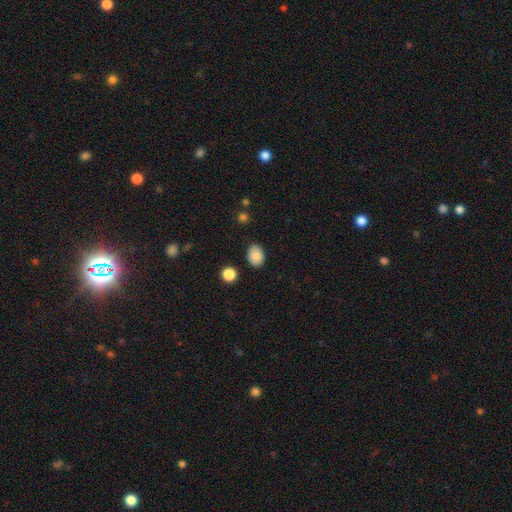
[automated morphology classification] Overall: smooth (84%). How rounded: in between (72%). Merging: none (84%).